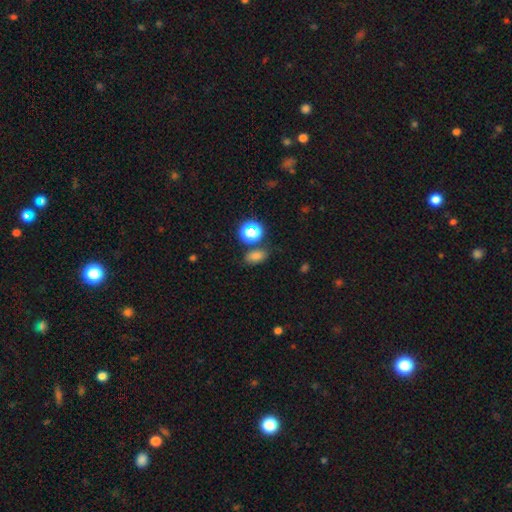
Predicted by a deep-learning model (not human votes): smooth-or-featured: smooth: 73% | star or artifact: 20% | featured or disk: 7%
  how-rounded: in between: 78% | round: 20% | cigar-shaped: 2%
  merging: none: 75% | minor disturbance: 13% | merger: 8% | major disturbance: 4%